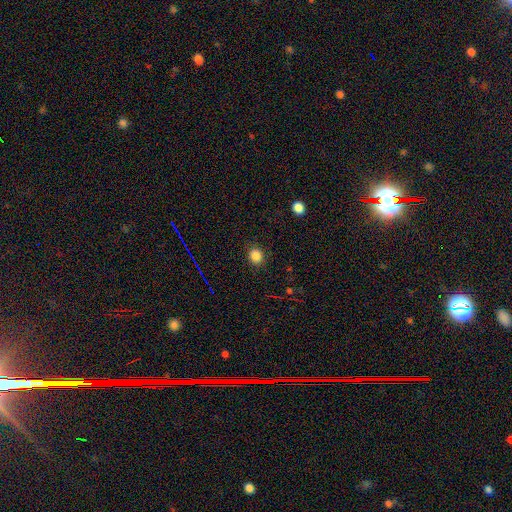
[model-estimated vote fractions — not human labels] Smooth or featured? smooth (84%)
How rounded? round (72%)
Merging? none (87%)